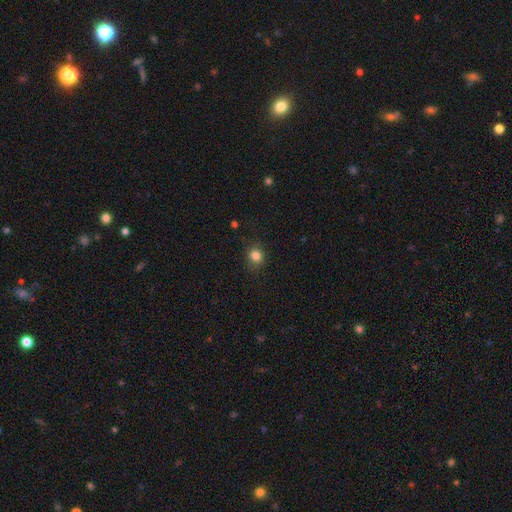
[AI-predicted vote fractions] A smooth galaxy with no disk features (83%) that is round (79%). Merging: none (84%).